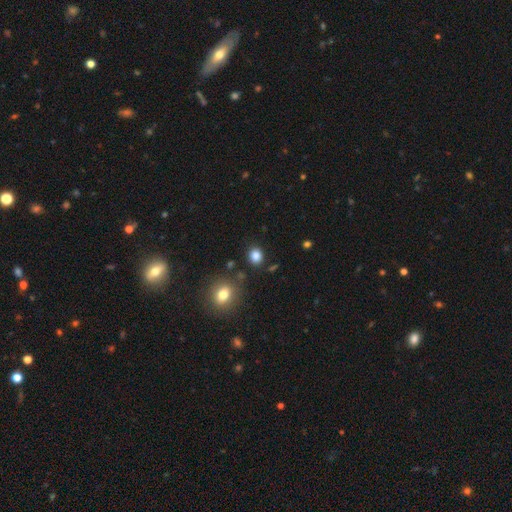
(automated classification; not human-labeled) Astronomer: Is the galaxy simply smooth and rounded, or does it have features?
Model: smooth — 85%.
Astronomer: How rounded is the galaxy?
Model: round — 69%.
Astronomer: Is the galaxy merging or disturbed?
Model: none — 86%.